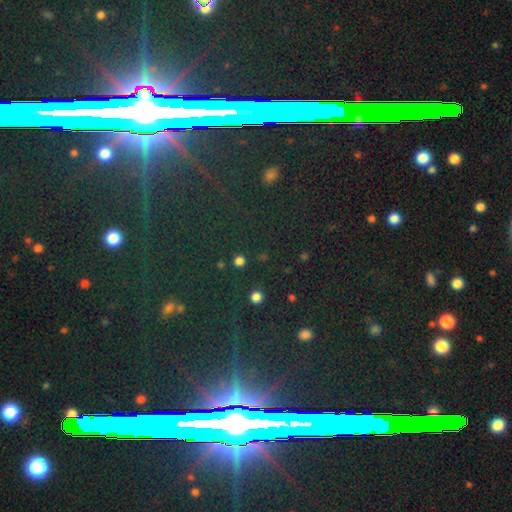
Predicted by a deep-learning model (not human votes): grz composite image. It shows a star or artifact, not a galaxy (81%).